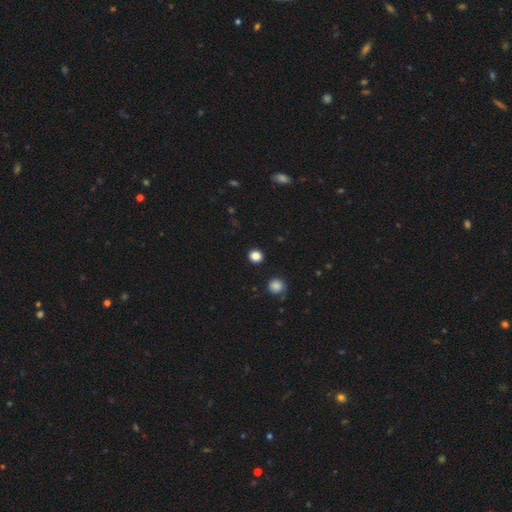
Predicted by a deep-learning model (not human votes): Smooth or featured?
  - smooth: 84% *
  - star or artifact: 12%
  - featured or disk: 4%
How rounded?
  - round: 88% *
  - in between: 11%
  - cigar-shaped: 1%
Merging?
  - none: 92% *
  - minor disturbance: 5%
  - major disturbance: 2%
  - merger: 2%